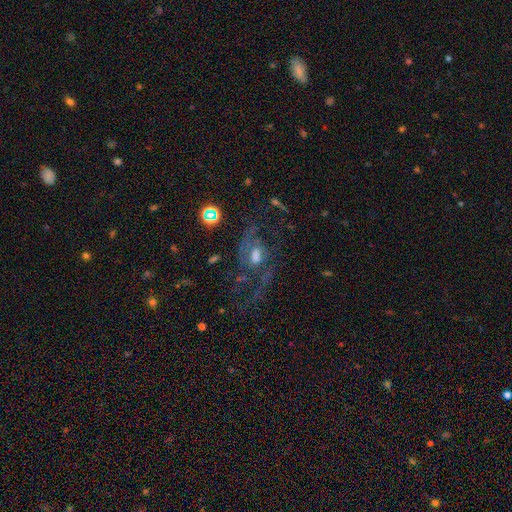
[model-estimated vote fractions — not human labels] The model was most divided on "merging": none: 44%, major disturbance: 34%, minor disturbance: 17%, merger: 5%. More confident: edge-on disk — no (94%); spiral arms — yes (77%); smooth or featured — featured or disk (67%); bulge size — moderate (54%); bar — no (50%).